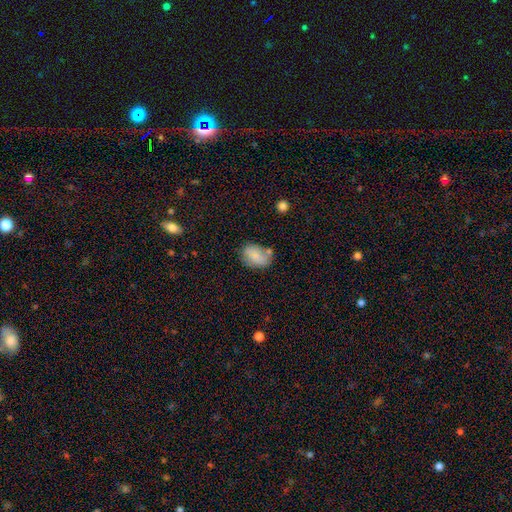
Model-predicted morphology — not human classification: A smooth galaxy with no disk features (77%) that is in between round and cigar-shaped (81%). Merging: none (54%).